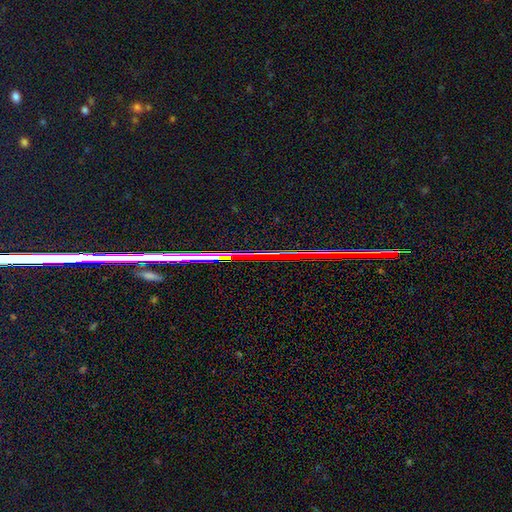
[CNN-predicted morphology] Smooth or featured?
  - star or artifact: 84% *
  - featured or disk: 8%
  - smooth: 7%